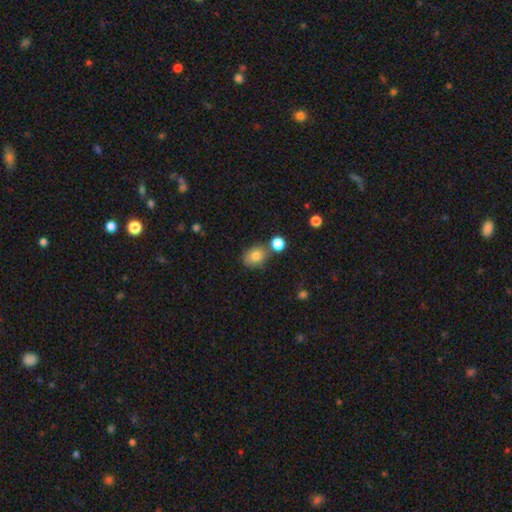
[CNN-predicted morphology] Smooth or featured? Predicted: smooth (p=0.80). How rounded? Predicted: in between (p=0.55). Merging? Predicted: none (p=0.68).